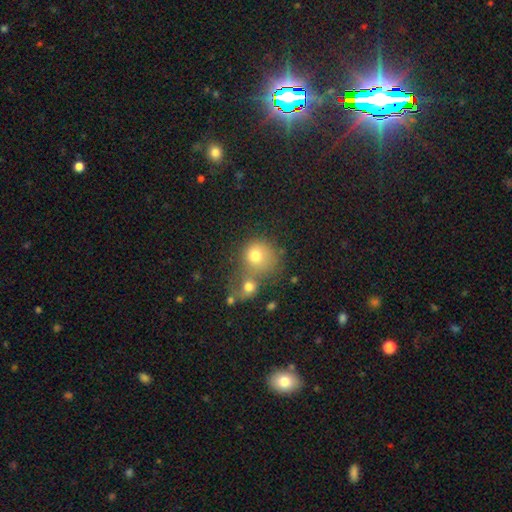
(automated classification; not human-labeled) A smooth galaxy with no disk features (75%) that is round (83%). Merging: merger (52%).